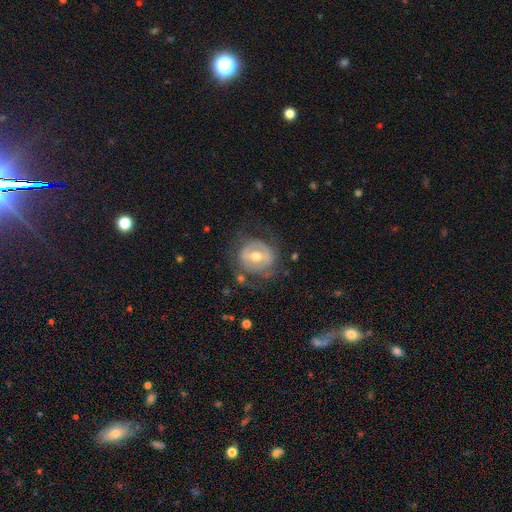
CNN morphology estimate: A featured or disk galaxy (64%) with a weak bar (39%), no spiral arms (63%) and a moderate central bulge (76%).

Vote fractions:
- Smooth or featured? featured or disk: 64% / smooth: 29% / star or artifact: 6%
- Edge-on disk? no: 95% / yes: 5%
- Bar? weak: 39% / strong: 36% / no: 25%
- Spiral arms? no: 63% / yes: 37%
- Bulge size? moderate: 76% / small: 15% / large: 7% / none: 1% / dominant: 1%
- Merging? none: 66% / minor disturbance: 18% / major disturbance: 13% / merger: 2%